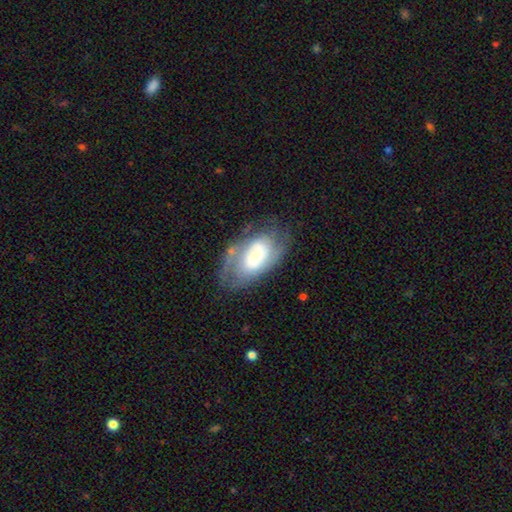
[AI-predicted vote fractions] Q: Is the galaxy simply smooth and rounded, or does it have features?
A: featured or disk — 63%.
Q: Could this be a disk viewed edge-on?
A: no — 95%.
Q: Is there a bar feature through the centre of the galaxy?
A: no — 57%.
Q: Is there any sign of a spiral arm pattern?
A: yes — 80%.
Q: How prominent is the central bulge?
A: large — 32%.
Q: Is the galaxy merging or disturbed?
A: none — 60%.